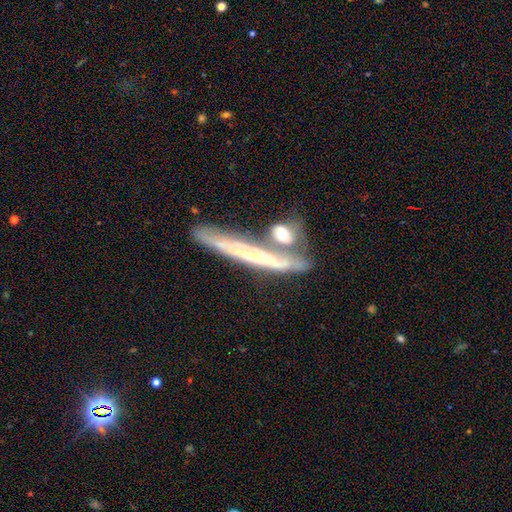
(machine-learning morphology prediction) Smooth or featured?
  - featured or disk: 57% *
  - smooth: 34%
  - star or artifact: 9%
Edge-on disk?
  - yes: 81% *
  - no: 19%
Merging?
  - none: 57% *
  - merger: 22%
  - minor disturbance: 15%
  - major disturbance: 6%